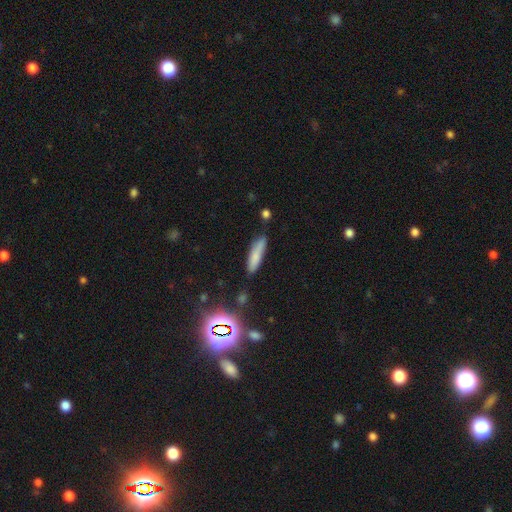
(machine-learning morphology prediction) Smooth or featured?
  - smooth: 77% *
  - featured or disk: 13%
  - star or artifact: 10%
How rounded?
  - cigar-shaped: 72% *
  - in between: 26%
  - round: 2%
Merging?
  - none: 77% *
  - minor disturbance: 17%
  - major disturbance: 4%
  - merger: 3%